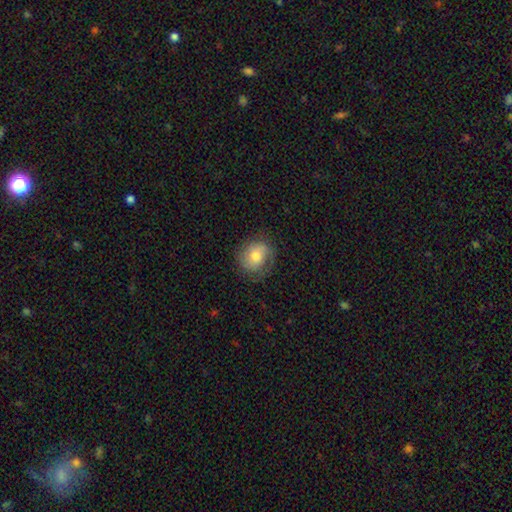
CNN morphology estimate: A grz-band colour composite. It shows a smooth galaxy with no disk features (58%) that is round (73%). Merging: none (70%).